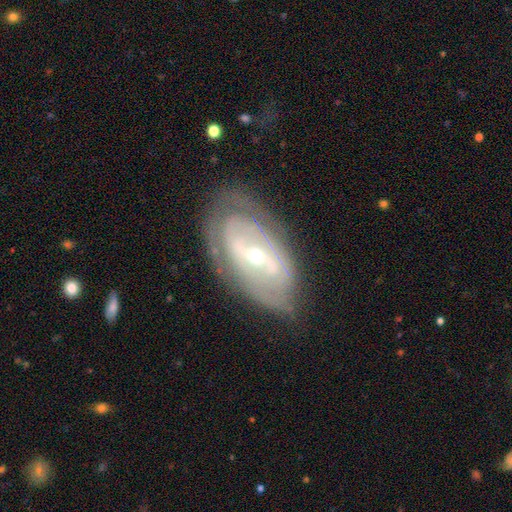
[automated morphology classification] Smooth or featured: featured or disk — 79% (smooth — 15%)
Edge-on disk: no — 92% (yes — 8%)
Bar: weak — 37% (strong — 35%)
Spiral arms: yes — 69% (no — 31%)
Spiral winding: tight — 62% (medium — 28%)
Spiral arm count: can't tell — 43% (2 — 41%)
Bulge size: small — 56% (moderate — 41%)
Merging: none — 70% (minor disturbance — 19%)